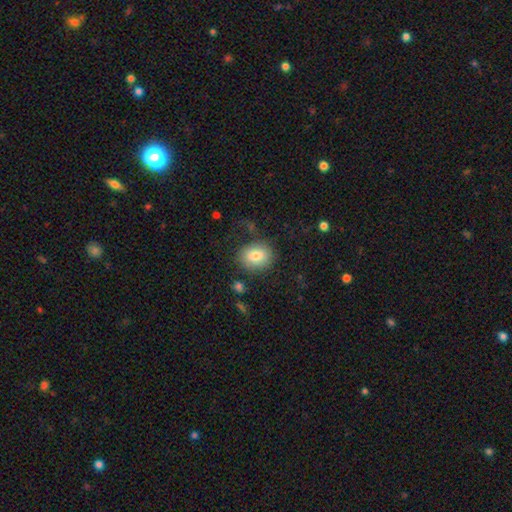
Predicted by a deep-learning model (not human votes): smooth 81%, featured or disk 11%, star or artifact 8%. Down the decision tree: how rounded — in between (54%); merging — none (73%).